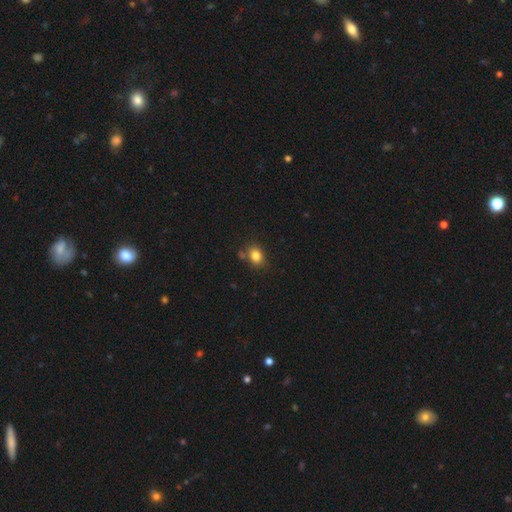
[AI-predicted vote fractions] This appears to be a smooth galaxy with no disk features (83%) that is in between round and cigar-shaped (55%). Merging: none (73%).